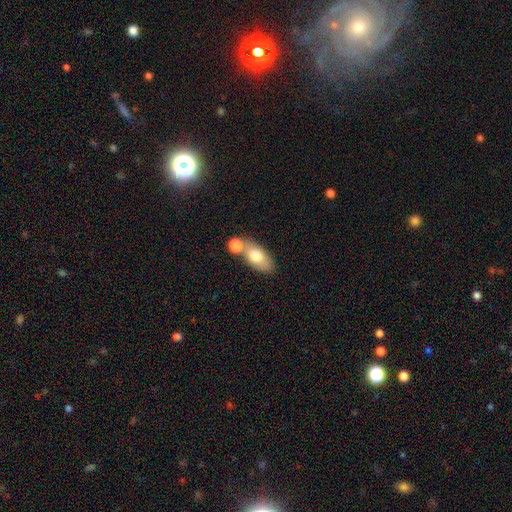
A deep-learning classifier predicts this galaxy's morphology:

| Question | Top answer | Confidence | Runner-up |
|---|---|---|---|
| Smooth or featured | smooth | 71% | featured or disk (21%) |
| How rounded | in between | 86% | round (7%) |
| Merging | none | 49% | merger (34%) |